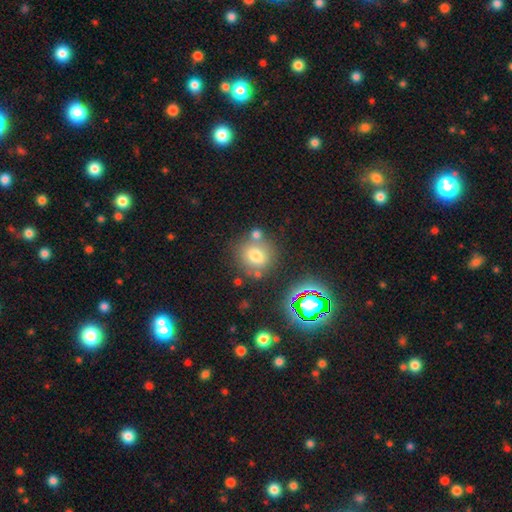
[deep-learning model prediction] Smooth or featured: smooth — 70% (star or artifact — 17%)
How rounded: round — 77% (in between — 22%)
Merging: none — 67% (merger — 16%)